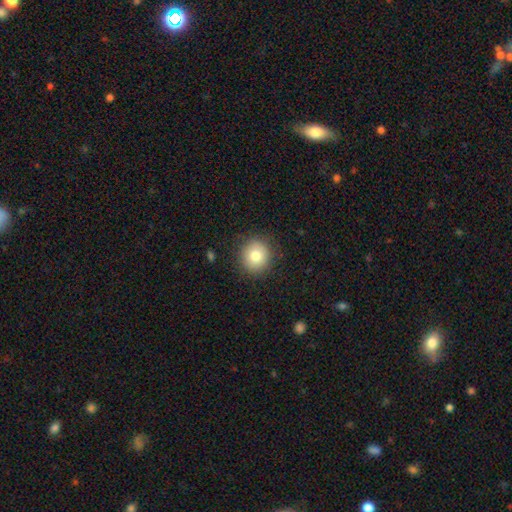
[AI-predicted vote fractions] Smooth or featured?
  - smooth: 79% *
  - featured or disk: 11%
  - star or artifact: 10%
How rounded?
  - round: 90% *
  - in between: 9%
  - cigar-shaped: 1%
Merging?
  - none: 88% *
  - minor disturbance: 8%
  - major disturbance: 3%
  - merger: 1%